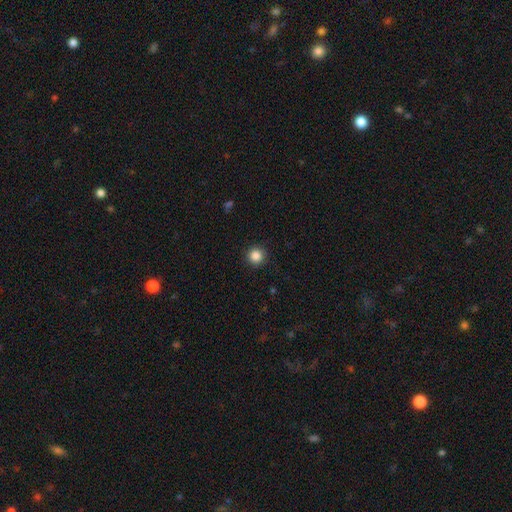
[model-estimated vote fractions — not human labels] Smooth or featured?
  - smooth: 86% *
  - star or artifact: 11%
  - featured or disk: 3%
How rounded?
  - round: 95% *
  - in between: 4%
  - cigar-shaped: 1%
Merging?
  - none: 91% *
  - minor disturbance: 6%
  - major disturbance: 2%
  - merger: 1%